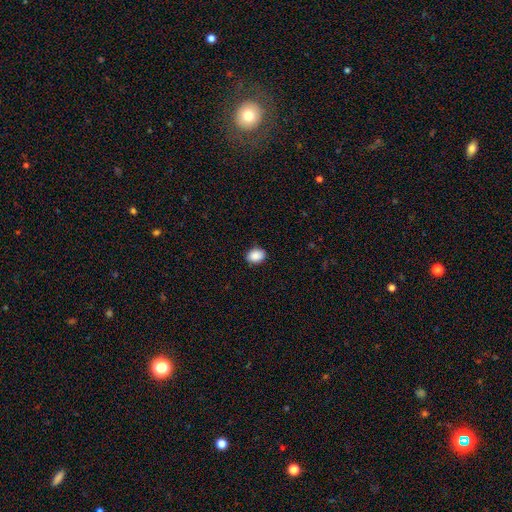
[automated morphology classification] Overall: smooth (89%). How rounded: in between (72%). Merging: none (87%).